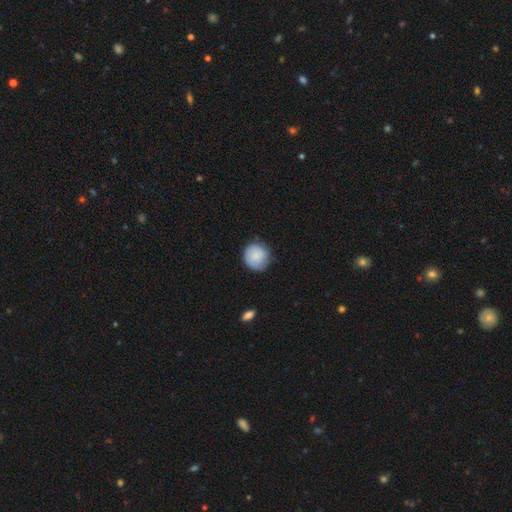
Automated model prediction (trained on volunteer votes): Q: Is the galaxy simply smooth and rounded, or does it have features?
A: smooth — 82%.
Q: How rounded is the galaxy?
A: round — 91%.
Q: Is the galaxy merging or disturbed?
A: none — 78%.